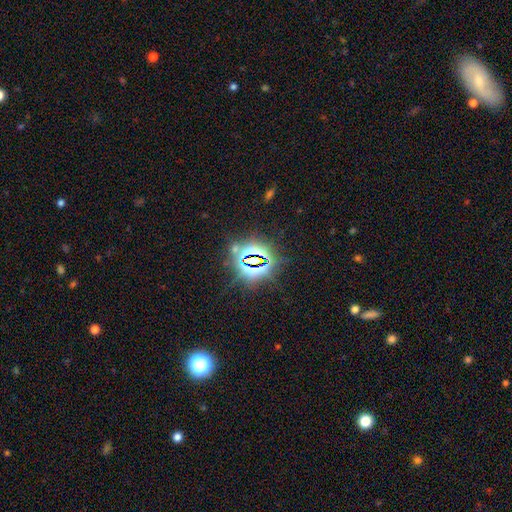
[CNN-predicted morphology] Smooth or featured: star or artifact — 81% (smooth — 12%)